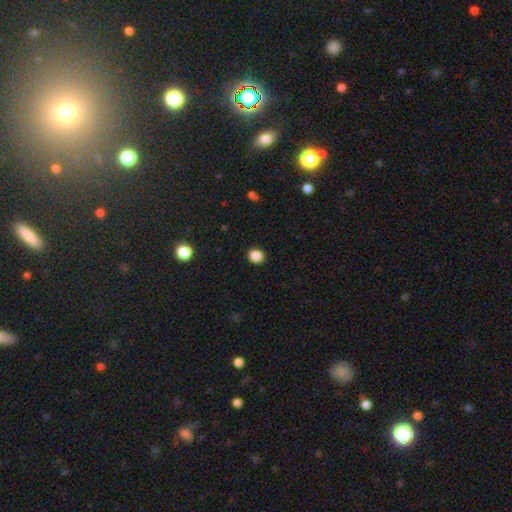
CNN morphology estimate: type=smooth (87%); roundness=round (84%); merging=none (92%).